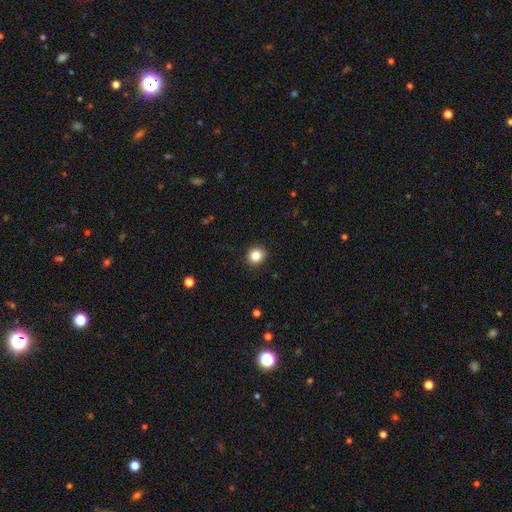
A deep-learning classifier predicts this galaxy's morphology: The model was most divided on "how rounded": round: 87%, in between: 12%, cigar-shaped: 1%. More confident: merging — none (91%); smooth or featured — smooth (85%).